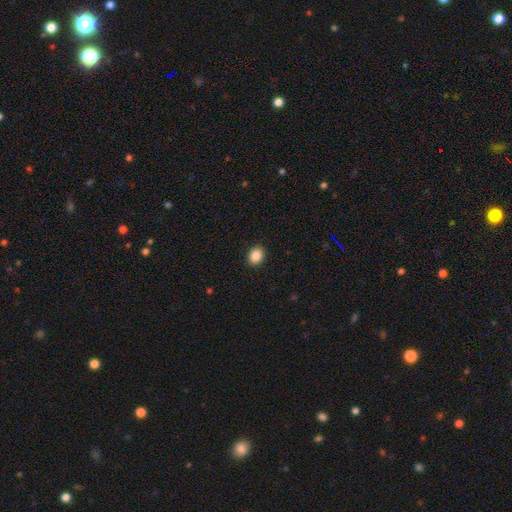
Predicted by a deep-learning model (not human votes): Smooth or featured: smooth — 88% (star or artifact — 9%)
How rounded: round — 56% (in between — 43%)
Merging: none — 91% (minor disturbance — 7%)